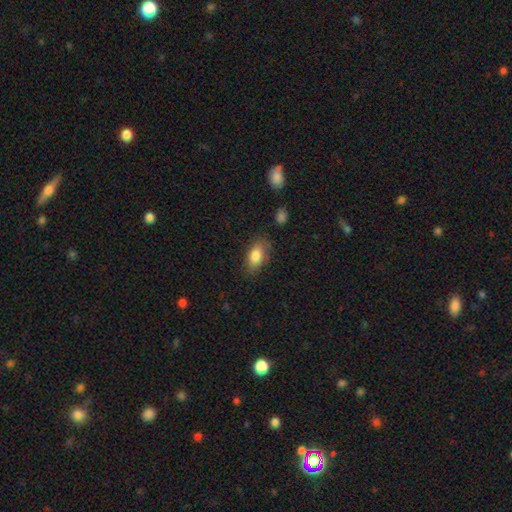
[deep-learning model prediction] smooth 83%, featured or disk 10%, star or artifact 7%. Down the decision tree: how rounded — in between (89%); merging — none (73%).